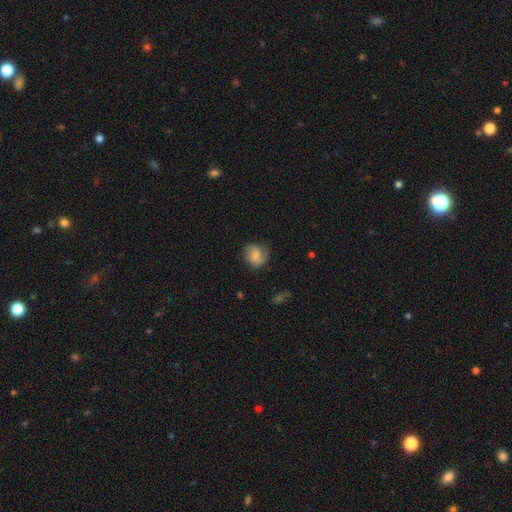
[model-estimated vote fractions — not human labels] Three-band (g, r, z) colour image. It shows a smooth galaxy with no disk features (57%) that is round (77%). Merging: none (70%).